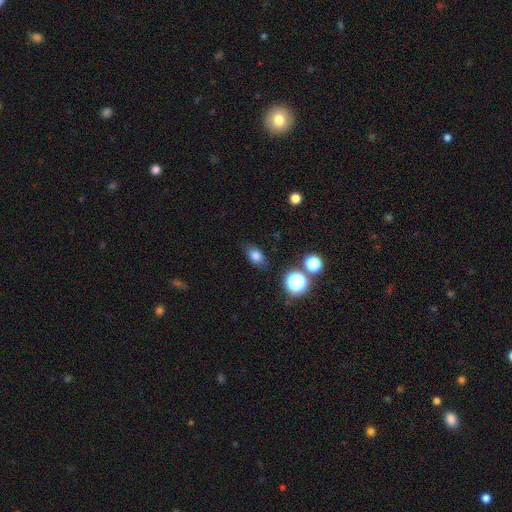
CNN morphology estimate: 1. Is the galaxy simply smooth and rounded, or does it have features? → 76% smooth, 15% star or artifact, 9% featured or disk.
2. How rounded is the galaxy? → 78% in between, 20% round, 2% cigar-shaped.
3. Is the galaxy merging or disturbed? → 82% none, 12% minor disturbance, 3% major disturbance, 2% merger.